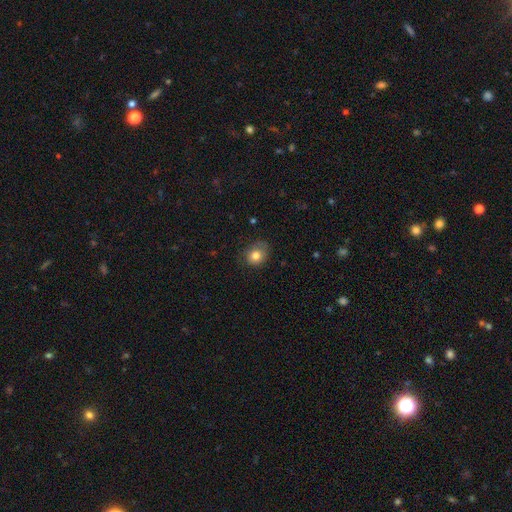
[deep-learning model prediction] A smooth galaxy with no disk features (78%) that is round (56%).

Vote fractions:
- Smooth or featured? smooth: 78% / featured or disk: 12% / star or artifact: 9%
- How rounded? round: 56% / in between: 43% / cigar-shaped: 1%
- Merging? none: 66% / minor disturbance: 25% / major disturbance: 8% / merger: 1%